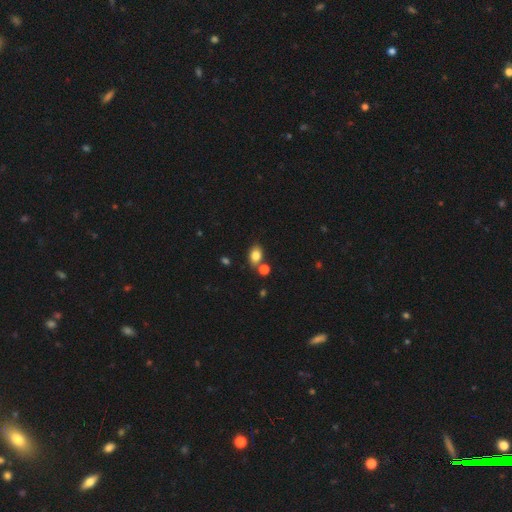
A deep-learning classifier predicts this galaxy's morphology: Smooth or featured? Predicted: smooth (p=0.83). How rounded? Predicted: in between (p=0.74). Merging? Predicted: none (p=0.70).